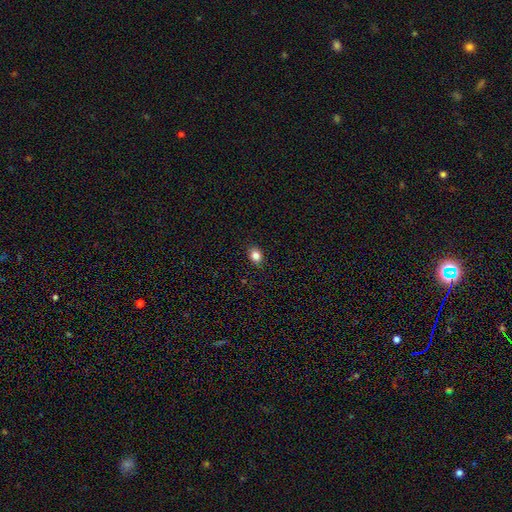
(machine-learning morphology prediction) Q: Smooth or featured?
A: smooth (83%); runner-up: star or artifact (11%)
Q: How rounded?
A: in between (53%); runner-up: round (46%)
Q: Merging?
A: none (90%); runner-up: minor disturbance (7%)